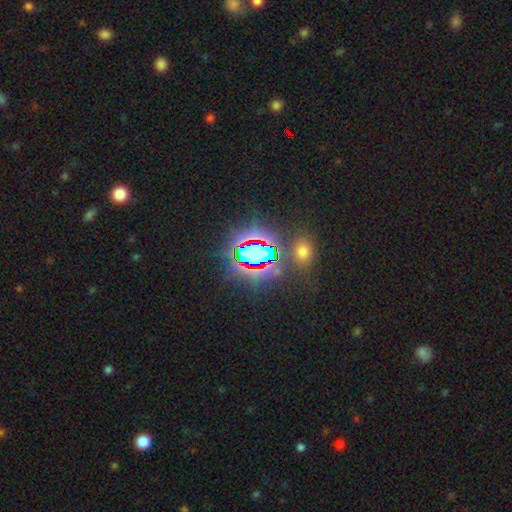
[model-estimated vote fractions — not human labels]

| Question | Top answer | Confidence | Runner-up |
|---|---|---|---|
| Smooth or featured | star or artifact | 72% | smooth (17%) |